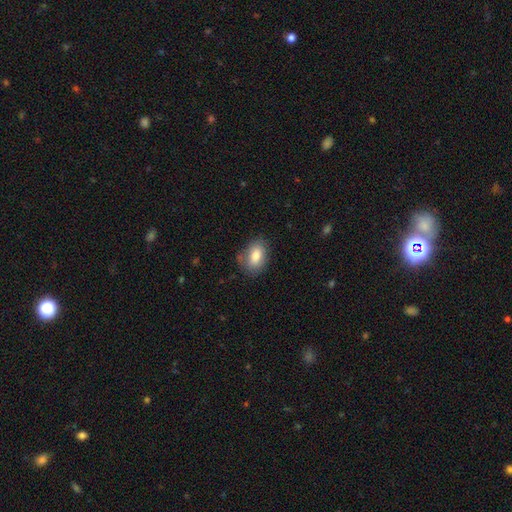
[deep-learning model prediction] A smooth galaxy with no disk features (82%) that is in between round and cigar-shaped (86%). Merging: none (75%).